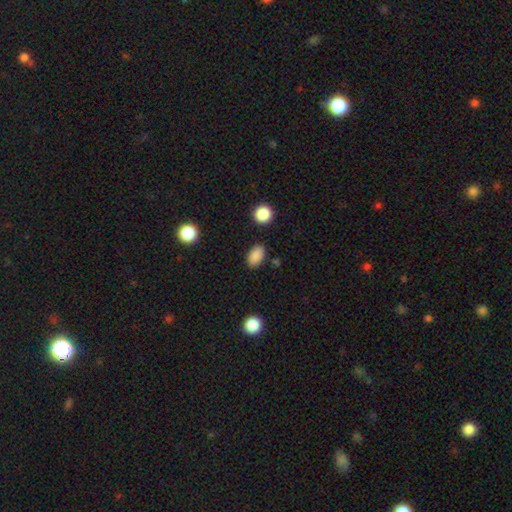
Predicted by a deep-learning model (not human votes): smooth-or-featured: smooth: 87% | star or artifact: 9% | featured or disk: 3%
  how-rounded: in between: 88% | round: 10% | cigar-shaped: 2%
  merging: none: 86% | minor disturbance: 9% | major disturbance: 2% | merger: 2%